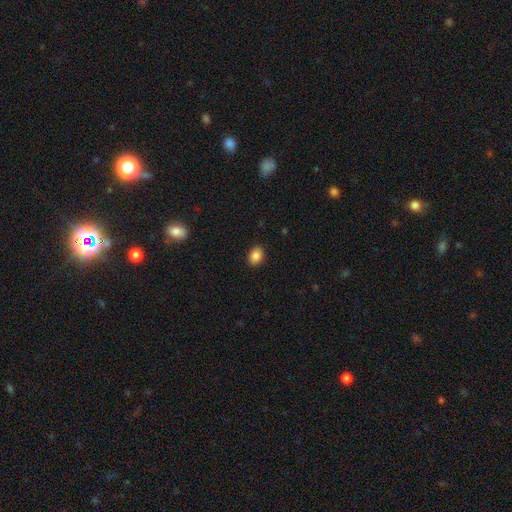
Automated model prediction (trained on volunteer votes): Q: Smooth or featured?
A: smooth (87%); runner-up: star or artifact (9%)
Q: How rounded?
A: in between (70%); runner-up: round (29%)
Q: Merging?
A: none (90%); runner-up: minor disturbance (7%)